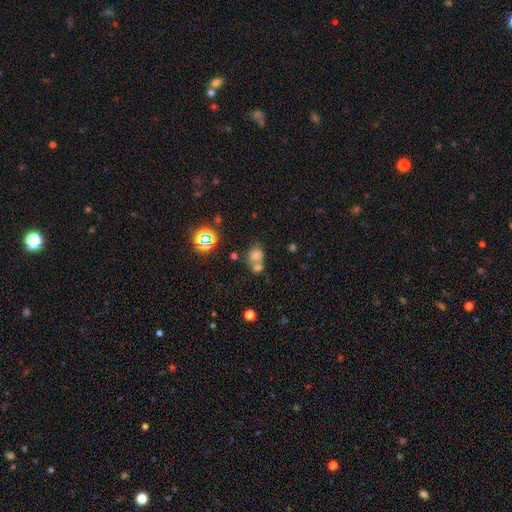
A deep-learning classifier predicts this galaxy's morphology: A smooth galaxy with no disk features (68%) that is round (58%). Merging: merger (49%).